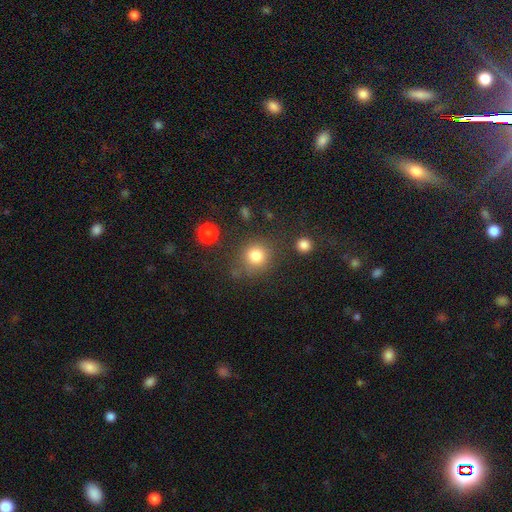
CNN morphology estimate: Overall: smooth (81%). How rounded: round (88%). Merging: none (77%).